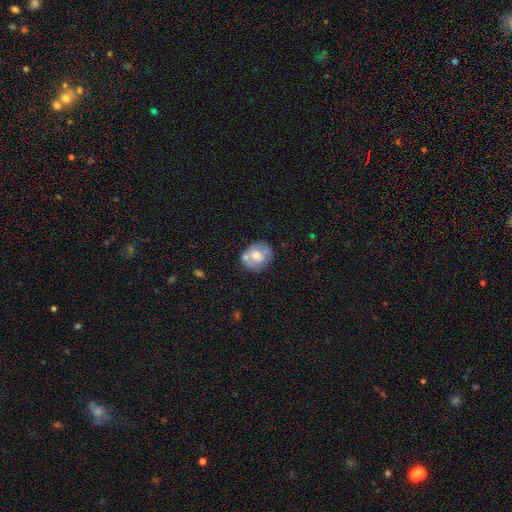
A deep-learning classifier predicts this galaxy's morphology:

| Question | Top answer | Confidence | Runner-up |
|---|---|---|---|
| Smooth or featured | smooth | 53% | featured or disk (40%) |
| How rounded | round | 70% | in between (30%) |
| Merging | none | 60% | minor disturbance (22%) |